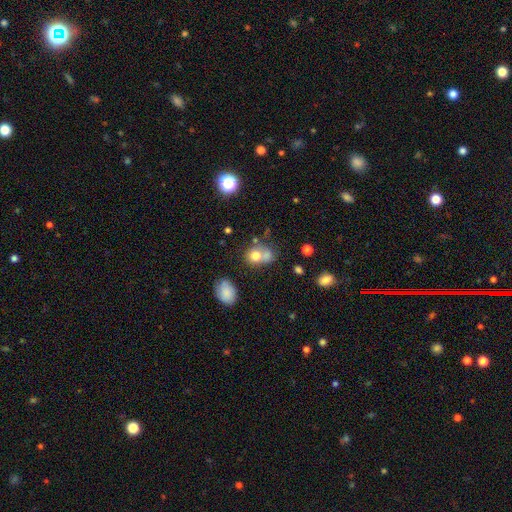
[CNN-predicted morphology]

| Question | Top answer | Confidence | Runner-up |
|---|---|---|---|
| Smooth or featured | smooth | 72% | featured or disk (16%) |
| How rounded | round | 61% | in between (37%) |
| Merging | merger | 44% | none (34%) |